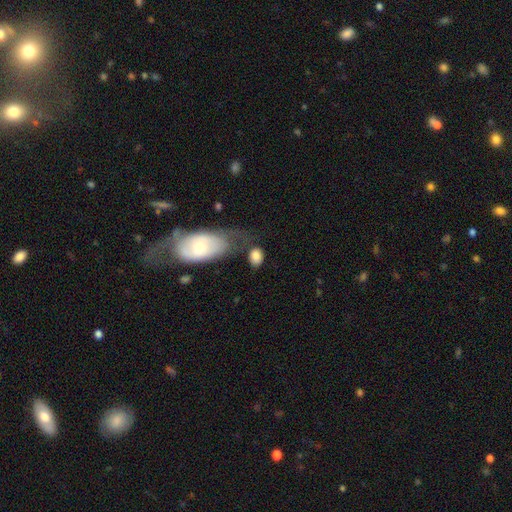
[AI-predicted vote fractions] This appears to be a smooth galaxy with no disk features (82%) that is in between round and cigar-shaped (68%). Merging: none (57%).